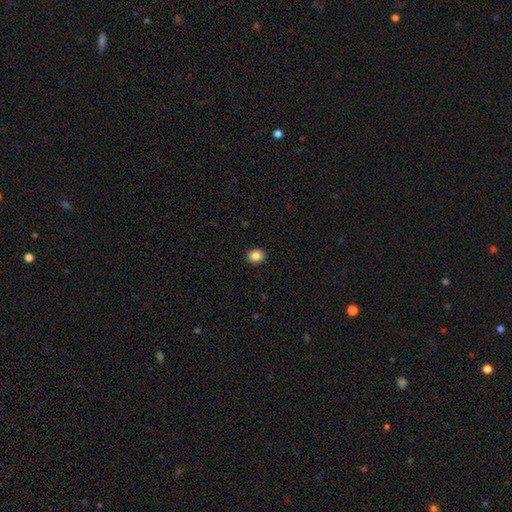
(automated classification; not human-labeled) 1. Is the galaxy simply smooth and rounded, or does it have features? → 86% smooth, 9% star or artifact, 4% featured or disk.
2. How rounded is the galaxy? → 50% round, 49% in between, 1% cigar-shaped.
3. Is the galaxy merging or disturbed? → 91% none, 6% minor disturbance, 2% major disturbance, 1% merger.